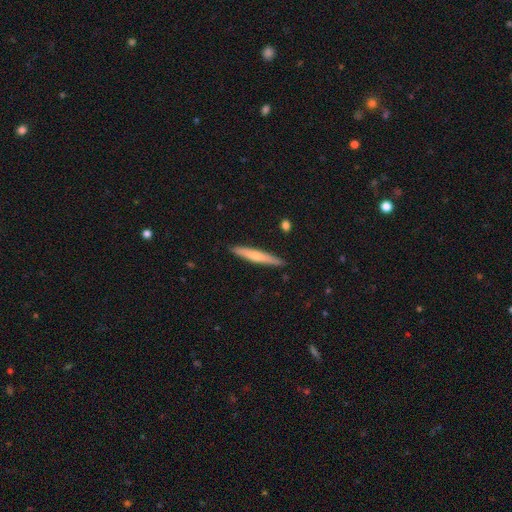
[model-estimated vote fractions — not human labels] A smooth galaxy with no disk features (55%) that is cigar-shaped (95%). Merging: none (89%).